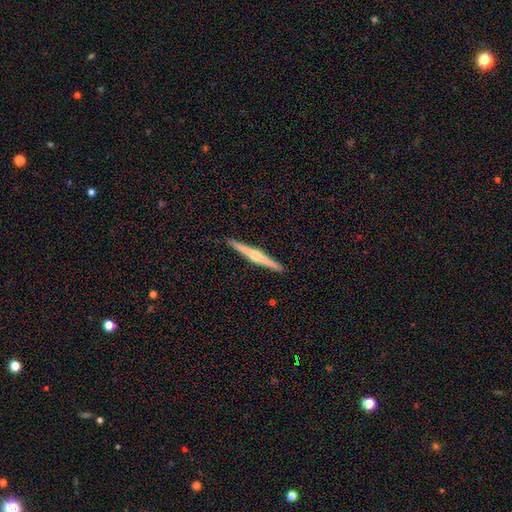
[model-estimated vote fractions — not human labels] Morphology: type=featured or disk (70%); edge-on=yes (98%); edge-on bulge=rounded (80%); merging=none (92%).